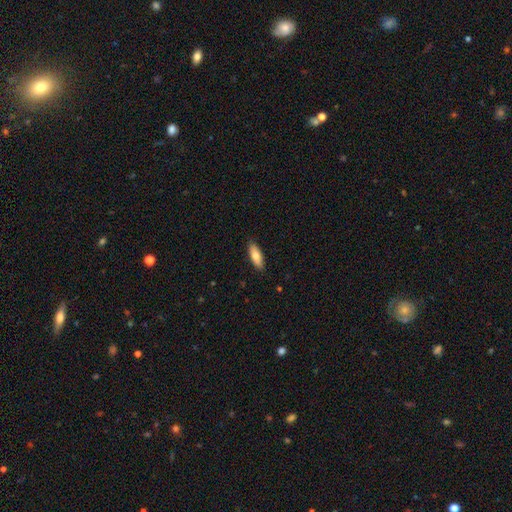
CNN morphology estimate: Smooth or featured?
  - smooth: 77% *
  - featured or disk: 17%
  - star or artifact: 6%
How rounded?
  - in between: 66% *
  - cigar-shaped: 32%
  - round: 2%
Merging?
  - none: 88% *
  - minor disturbance: 9%
  - major disturbance: 2%
  - merger: 1%